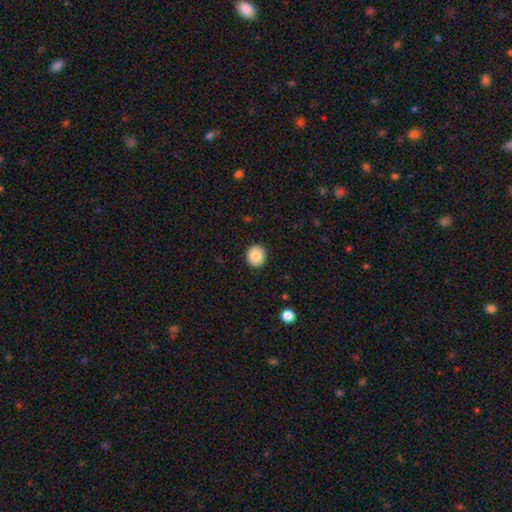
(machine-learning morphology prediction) The model was most divided on "how rounded": round: 86%, in between: 14%, cigar-shaped: 1%. More confident: merging — none (92%); smooth or featured — smooth (86%).